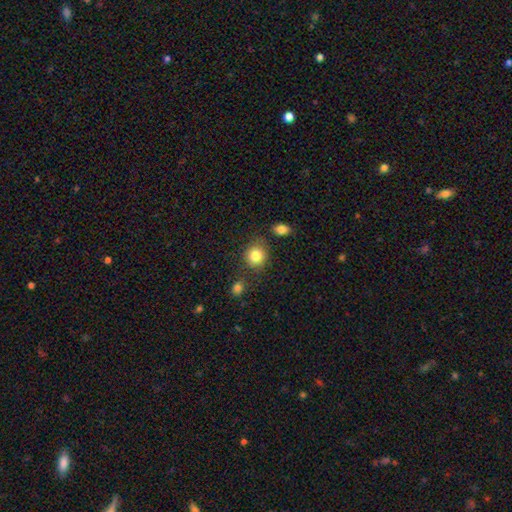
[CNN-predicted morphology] Overall: smooth (83%). How rounded: round (77%). Merging: none (75%).